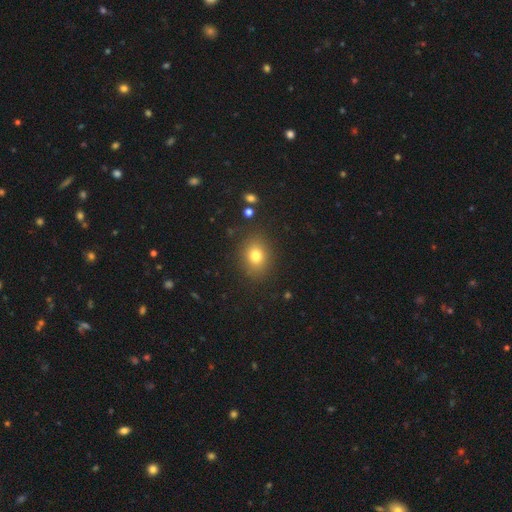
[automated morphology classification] Q: Smooth or featured?
A: smooth (78%); runner-up: star or artifact (13%)
Q: How rounded?
A: round (54%); runner-up: in between (45%)
Q: Merging?
A: none (86%); runner-up: minor disturbance (9%)